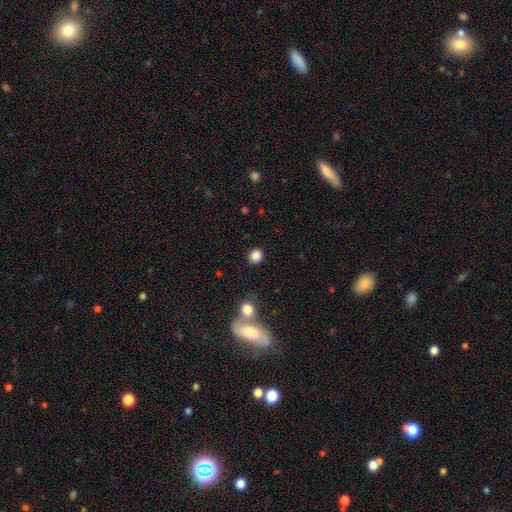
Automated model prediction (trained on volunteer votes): Smooth or featured?
  - smooth: 86% *
  - star or artifact: 10%
  - featured or disk: 4%
How rounded?
  - round: 77% *
  - in between: 22%
  - cigar-shaped: 1%
Merging?
  - none: 84% *
  - minor disturbance: 8%
  - merger: 5%
  - major disturbance: 3%